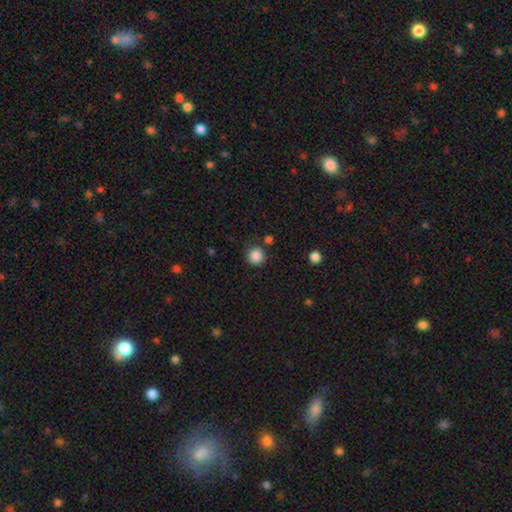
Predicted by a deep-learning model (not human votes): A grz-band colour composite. It shows a smooth galaxy with no disk features (87%) that is round (92%). Merging: none (79%).